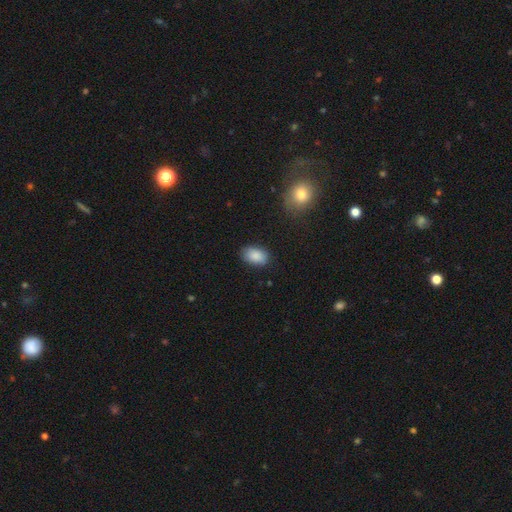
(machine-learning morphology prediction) Smooth or featured: smooth — 88% (star or artifact — 7%)
How rounded: in between — 91% (round — 8%)
Merging: none — 84% (minor disturbance — 12%)